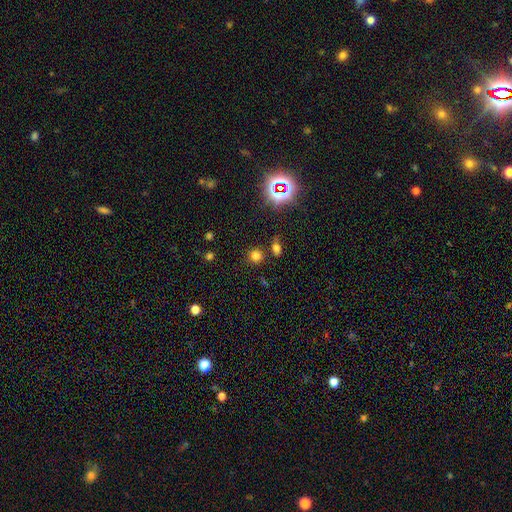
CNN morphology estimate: smooth_or_featured: smooth (p=0.71) [alt: star or artifact p=0.23]
how_rounded: round (p=0.88) [alt: in between p=0.11]
merging: none (p=0.80) [alt: merger p=0.09]